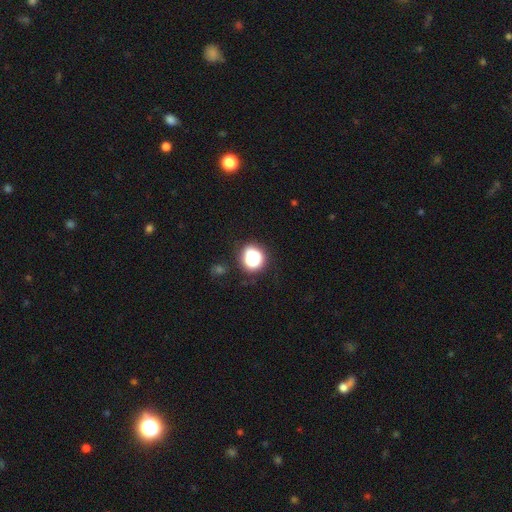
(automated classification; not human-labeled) This appears to be a smooth galaxy with no disk features (68%) that is round (80%). Merging: none (72%).